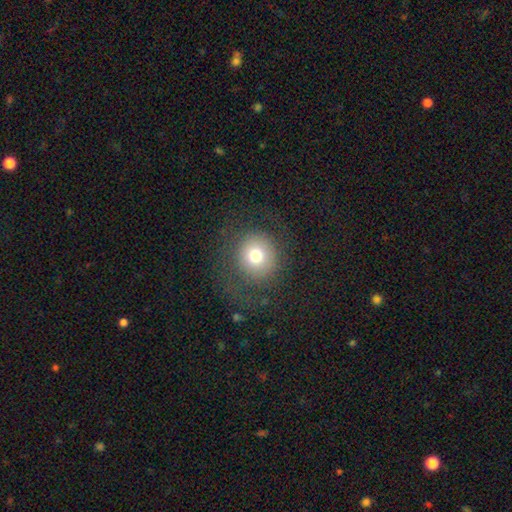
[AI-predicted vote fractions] Smooth or featured: smooth — 73% (featured or disk — 14%)
How rounded: round — 91% (in between — 9%)
Merging: none — 76% (major disturbance — 12%)